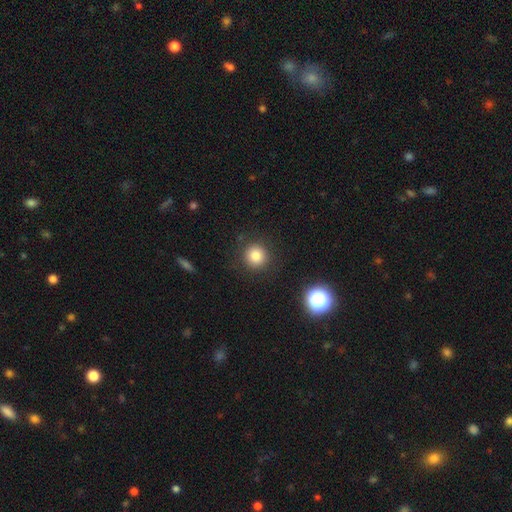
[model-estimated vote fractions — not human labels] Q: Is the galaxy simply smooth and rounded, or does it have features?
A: smooth — 81%.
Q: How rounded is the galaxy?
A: round — 93%.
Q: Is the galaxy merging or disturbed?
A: none — 88%.